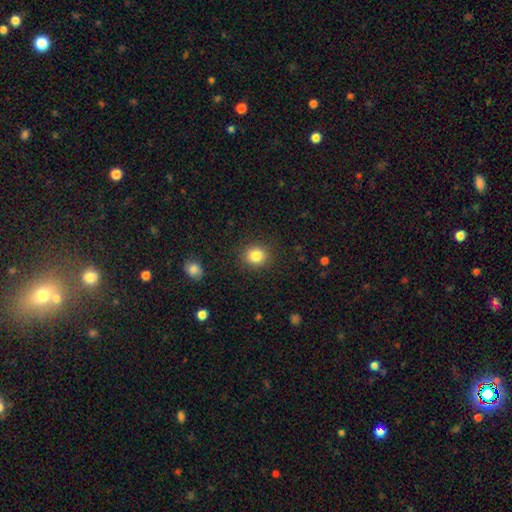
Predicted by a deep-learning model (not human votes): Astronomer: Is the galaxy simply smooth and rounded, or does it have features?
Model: smooth — 84%.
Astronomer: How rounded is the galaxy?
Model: round — 79%.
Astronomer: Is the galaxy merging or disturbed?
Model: none — 88%.